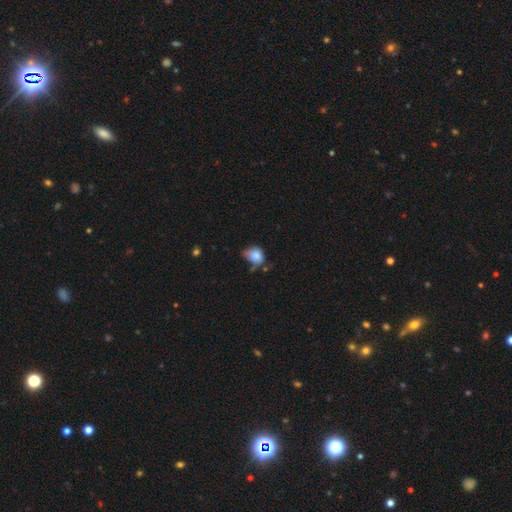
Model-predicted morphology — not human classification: Overall: smooth (79%). How rounded: in between (59%; round 40%). Merging: minor disturbance (40%; none 32%).